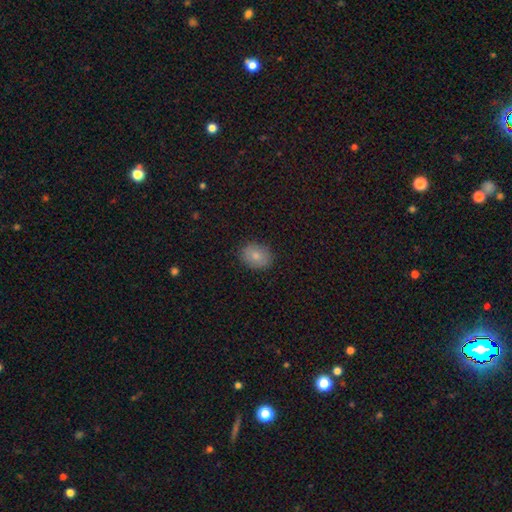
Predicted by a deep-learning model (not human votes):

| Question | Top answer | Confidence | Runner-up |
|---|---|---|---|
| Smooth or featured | smooth | 80% | featured or disk (12%) |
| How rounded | in between | 51% | round (48%) |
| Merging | none | 87% | minor disturbance (10%) |